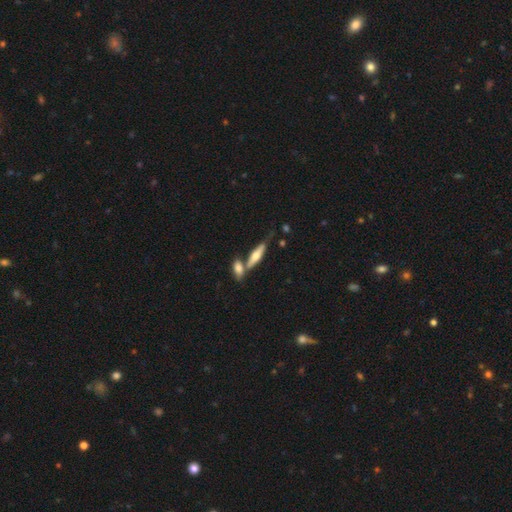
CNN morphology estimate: The model was most divided on "smooth or featured": smooth: 48%, featured or disk: 46%, star or artifact: 7%. More confident: merging — none (50%).